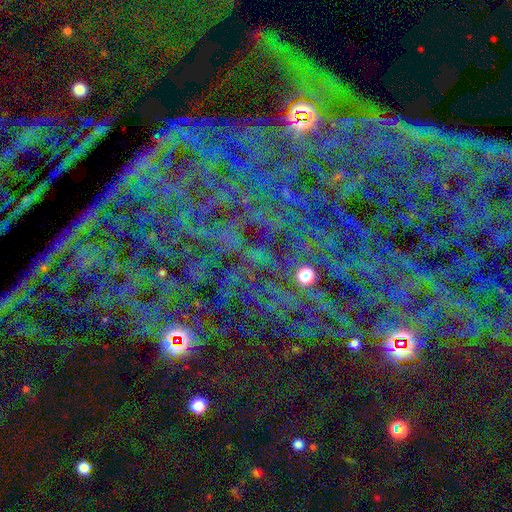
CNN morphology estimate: Smooth or featured? star or artifact (83%)